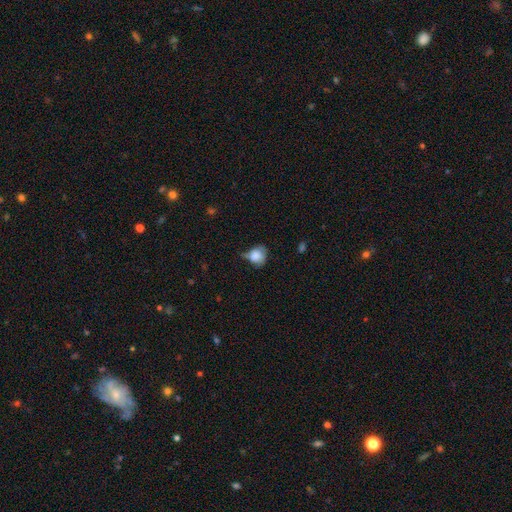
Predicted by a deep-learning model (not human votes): Smooth or featured: smooth — 75% (featured or disk — 16%)
How rounded: round — 65% (in between — 34%)
Merging: minor disturbance — 38% (none — 32%)